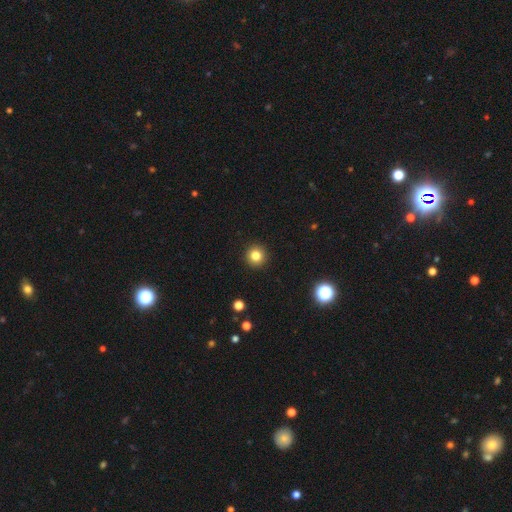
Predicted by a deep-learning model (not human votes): smooth 82%, star or artifact 12%, featured or disk 6%. Down the decision tree: how rounded — round (95%); merging — none (93%).